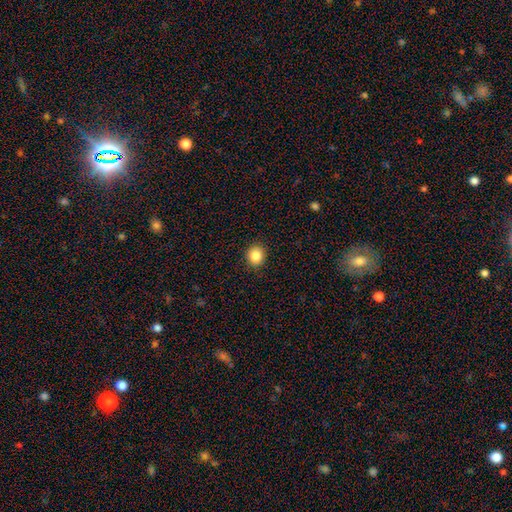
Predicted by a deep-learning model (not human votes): Smooth or featured?
  - smooth: 86% *
  - star or artifact: 10%
  - featured or disk: 4%
How rounded?
  - round: 82% *
  - in between: 17%
  - cigar-shaped: 1%
Merging?
  - none: 91% *
  - minor disturbance: 6%
  - major disturbance: 2%
  - merger: 1%